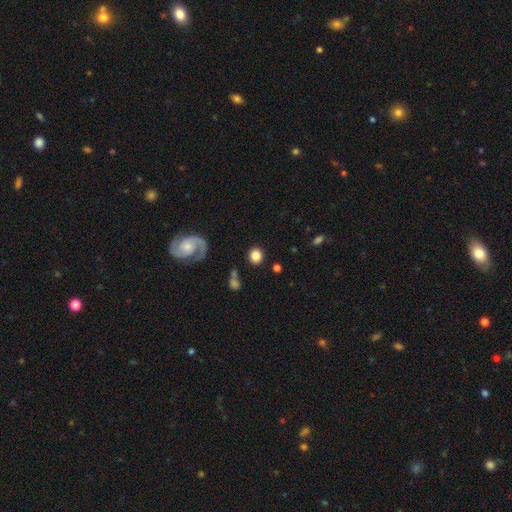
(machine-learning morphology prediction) The model was most divided on "smooth or featured": smooth: 77%, featured or disk: 15%, star or artifact: 9%. More confident: how rounded — round (85%); merging — none (84%).